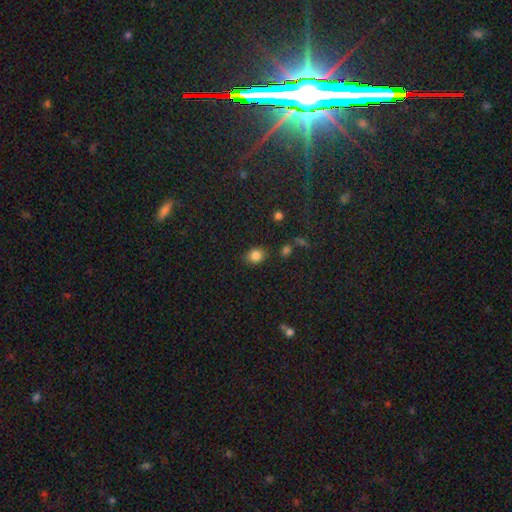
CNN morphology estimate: Overall: smooth (84%). How rounded: round (55%; in between 43%). Merging: none (81%).